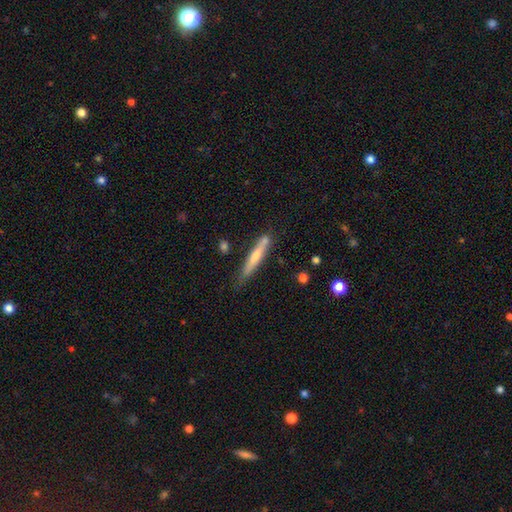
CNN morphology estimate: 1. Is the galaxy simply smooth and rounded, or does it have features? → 51% smooth, 43% featured or disk, 6% star or artifact.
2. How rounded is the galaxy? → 94% cigar-shaped, 5% in between, 1% round.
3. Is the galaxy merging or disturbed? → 72% none, 18% minor disturbance, 6% merger, 3% major disturbance.